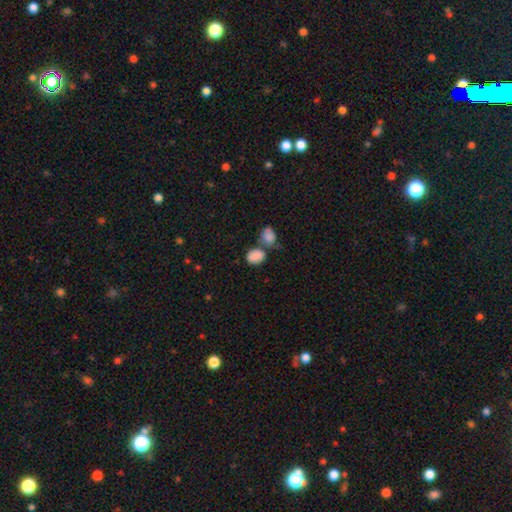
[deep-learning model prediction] This is clearly a smooth galaxy (86%). How rounded: likely in between (74%). Merging: marginally none (45%).